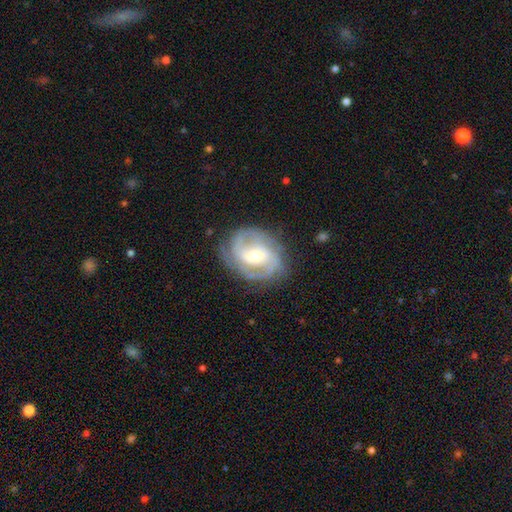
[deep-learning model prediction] featured or disk 86%, smooth 9%, star or artifact 5%. Down the decision tree: edge-on disk — no (97%); bar — weak (43%); spiral arms — yes (95%); spiral arm count — 2 (63%); spiral winding — medium (44%, tied with tight); bulge size — moderate (55%); merging — none (77%).